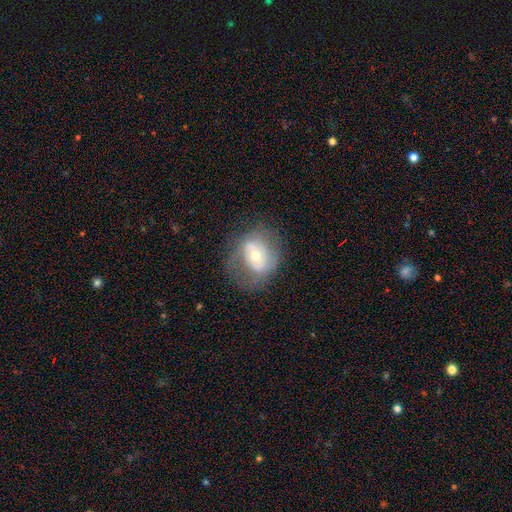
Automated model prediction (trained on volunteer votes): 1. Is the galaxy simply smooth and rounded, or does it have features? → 52% featured or disk, 39% smooth, 9% star or artifact.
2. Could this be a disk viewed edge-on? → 94% no, 6% yes.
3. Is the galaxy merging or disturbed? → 56% none, 23% minor disturbance, 20% major disturbance, 2% merger.